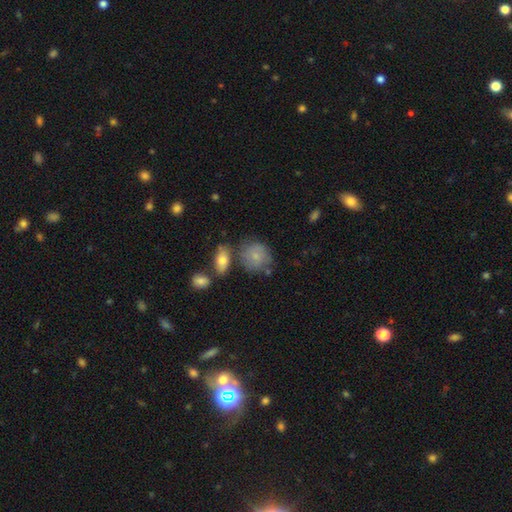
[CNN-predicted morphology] smooth-or-featured: smooth: 77% | featured or disk: 16% | star or artifact: 7%
  how-rounded: round: 80% | in between: 19% | cigar-shaped: 1%
  merging: none: 58% | minor disturbance: 20% | merger: 15% | major disturbance: 7%